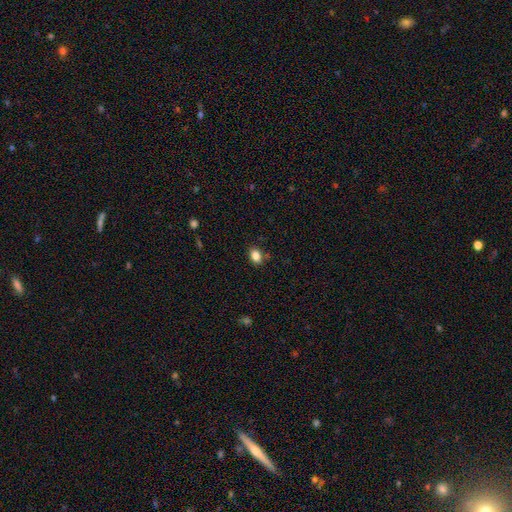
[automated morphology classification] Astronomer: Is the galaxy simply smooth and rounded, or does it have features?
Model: smooth — 85%.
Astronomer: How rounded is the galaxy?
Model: in between — 75%.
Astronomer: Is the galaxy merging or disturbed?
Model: none — 82%.